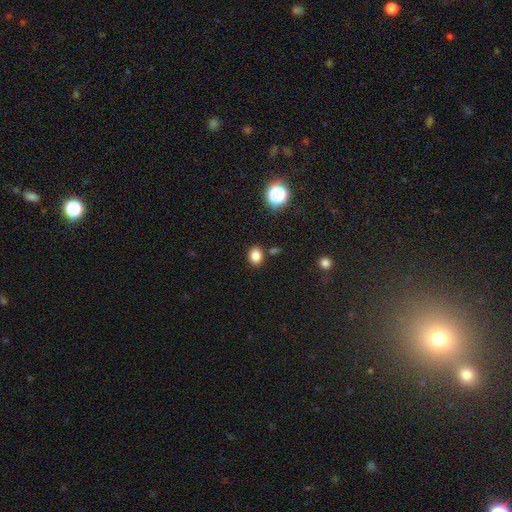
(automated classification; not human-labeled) smooth-or-featured: smooth: 82% | star or artifact: 13% | featured or disk: 5%
  how-rounded: in between: 57% | round: 43% | cigar-shaped: 1%
  merging: none: 83% | minor disturbance: 10% | merger: 5% | major disturbance: 3%